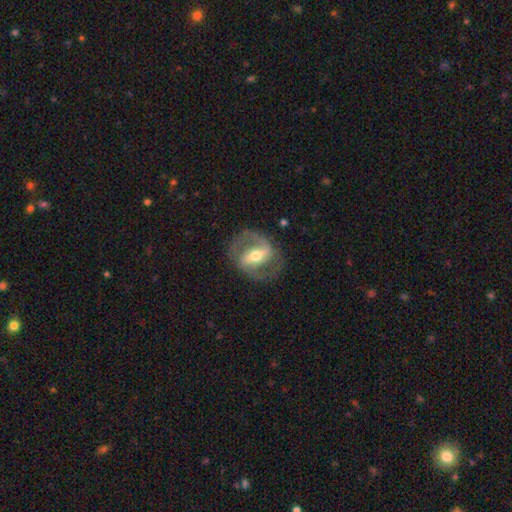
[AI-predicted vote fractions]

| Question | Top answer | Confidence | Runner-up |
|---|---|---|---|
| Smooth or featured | featured or disk | 84% | smooth (11%) |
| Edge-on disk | no | 95% | yes (5%) |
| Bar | strong | 58% | weak (31%) |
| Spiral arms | yes | 86% | no (14%) |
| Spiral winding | medium | 54% | tight (23%) |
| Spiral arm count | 2 | 90% | can't tell (5%) |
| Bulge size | moderate | 66% | small (23%) |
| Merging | none | 78% | minor disturbance (13%) |